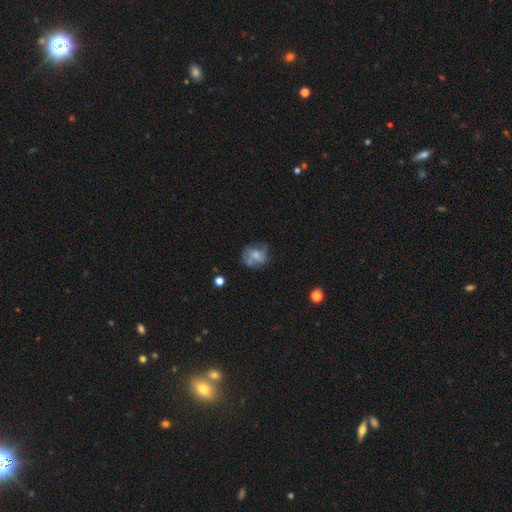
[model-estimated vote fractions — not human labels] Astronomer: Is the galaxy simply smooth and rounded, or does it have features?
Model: featured or disk — 53% (runner-up: smooth, 37%).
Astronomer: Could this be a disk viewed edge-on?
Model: no — 97%.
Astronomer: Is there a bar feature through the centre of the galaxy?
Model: no — 71%.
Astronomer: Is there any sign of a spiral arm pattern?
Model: yes — 57% (runner-up: no, 43%).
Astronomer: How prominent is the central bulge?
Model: moderate — 37% (runner-up: small, 34%).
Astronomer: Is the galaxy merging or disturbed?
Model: none — 53%.